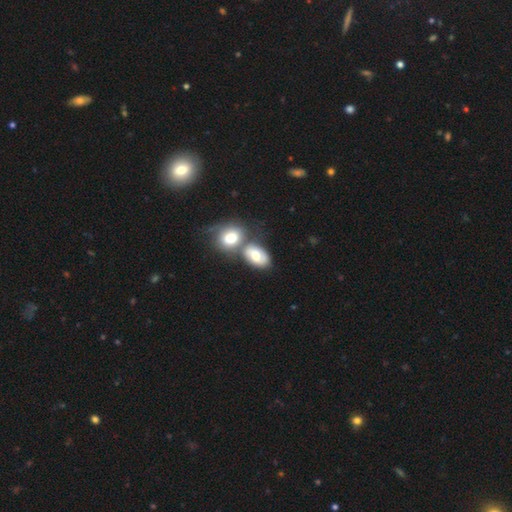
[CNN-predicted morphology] This appears to be a smooth galaxy with no disk features (62%) that is in between round and cigar-shaped (83%). Merging: merger (49%).